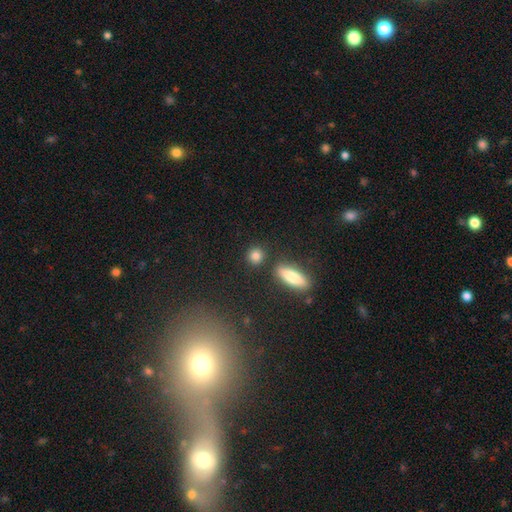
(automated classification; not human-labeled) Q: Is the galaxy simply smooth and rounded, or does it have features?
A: smooth — 84%.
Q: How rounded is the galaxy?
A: round — 81%.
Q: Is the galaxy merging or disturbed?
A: none — 82%.